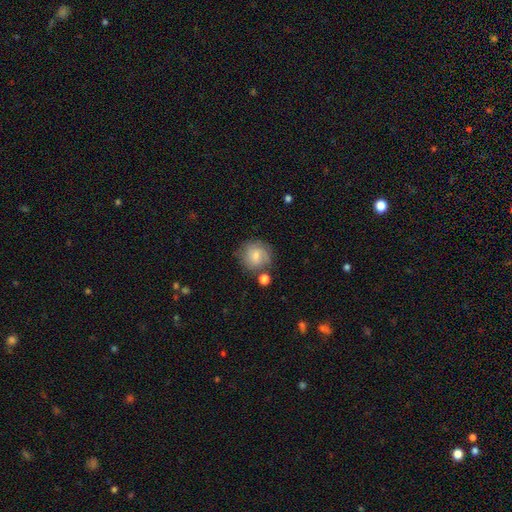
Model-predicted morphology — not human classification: This is possibly a smooth galaxy (60%). How rounded: clearly round (85%). Merging: likely none (64%).